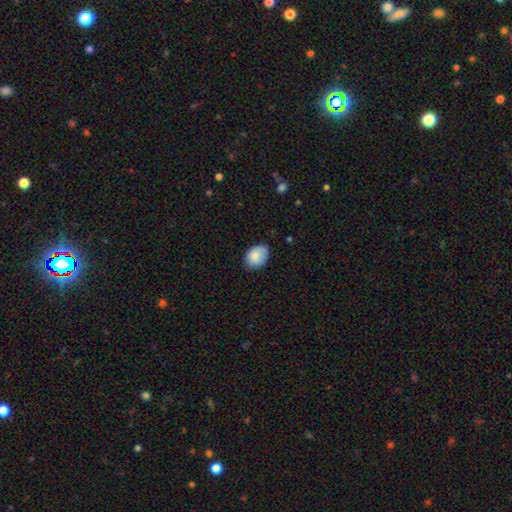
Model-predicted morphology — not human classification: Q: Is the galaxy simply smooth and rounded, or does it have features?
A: smooth — 86%.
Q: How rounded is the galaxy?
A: in between — 65%.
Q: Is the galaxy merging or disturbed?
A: none — 73%.